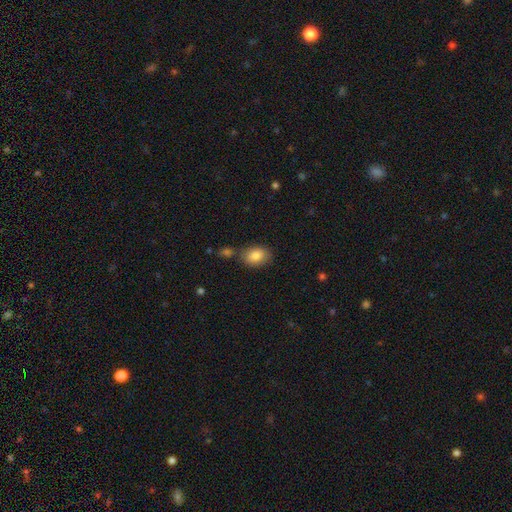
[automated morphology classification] This is clearly a smooth galaxy (85%). How rounded: likely in between (76%). Merging: likely none (71%).